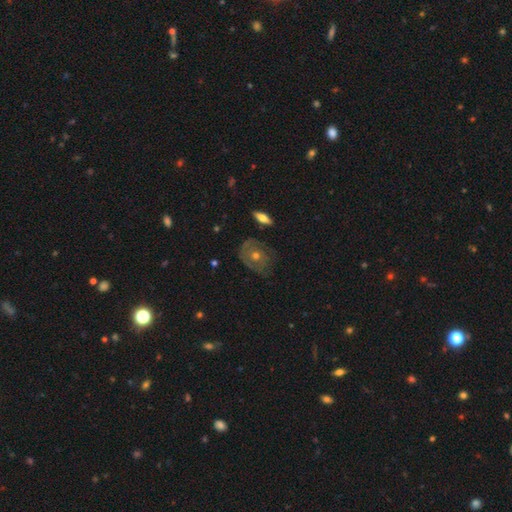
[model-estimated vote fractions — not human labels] smooth_or_featured: featured or disk (p=0.61) [alt: smooth p=0.27]
disk_edge_on: no (p=0.92) [alt: yes p=0.08]
bar: no (p=0.87) [alt: weak p=0.10]
has_spiral_arms: yes (p=0.58) [alt: no p=0.42]
bulge_size: moderate (p=0.56) [alt: small p=0.39]
merging: none (p=0.67) [alt: minor disturbance p=0.21]